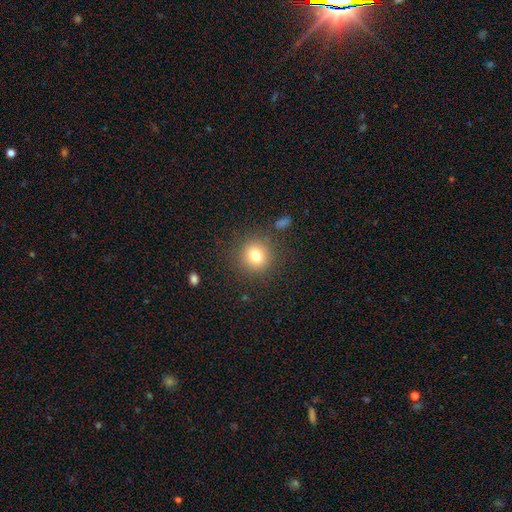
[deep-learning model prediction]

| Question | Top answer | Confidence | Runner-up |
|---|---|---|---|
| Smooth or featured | smooth | 79% | star or artifact (12%) |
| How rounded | round | 91% | in between (8%) |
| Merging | none | 86% | minor disturbance (8%) |